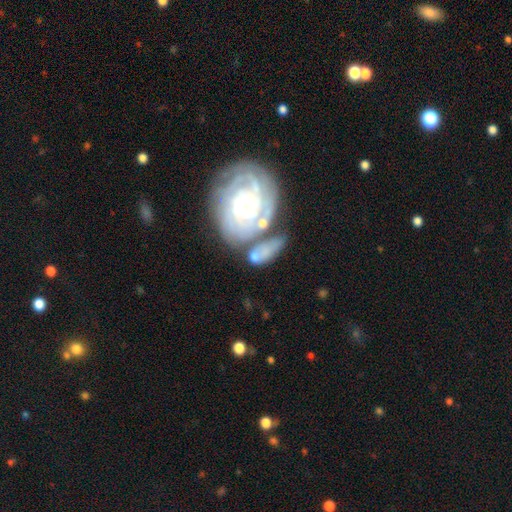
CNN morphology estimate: featured or disk 48%, smooth 44%, star or artifact 8%. Down the decision tree: merging — merger (35%).